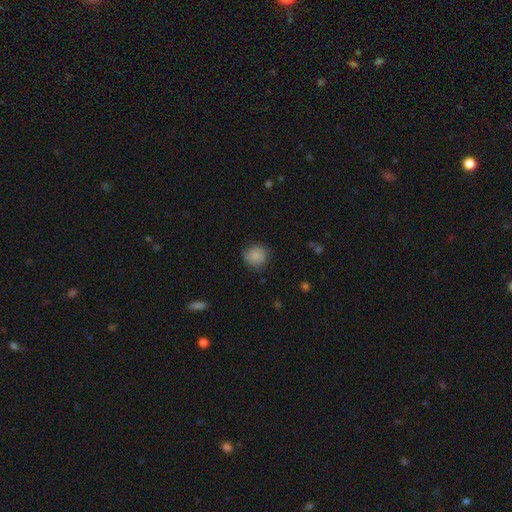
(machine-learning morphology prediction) type=smooth (83%); roundness=round (86%); merging=none (77%).